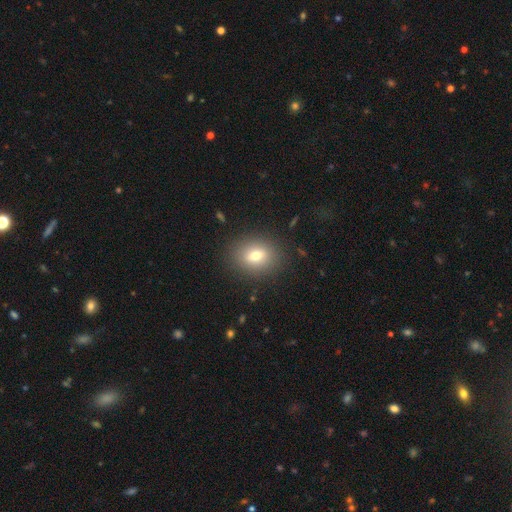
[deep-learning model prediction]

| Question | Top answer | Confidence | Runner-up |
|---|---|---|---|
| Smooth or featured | smooth | 74% | featured or disk (15%) |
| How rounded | in between | 51% | round (48%) |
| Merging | none | 87% | minor disturbance (8%) |